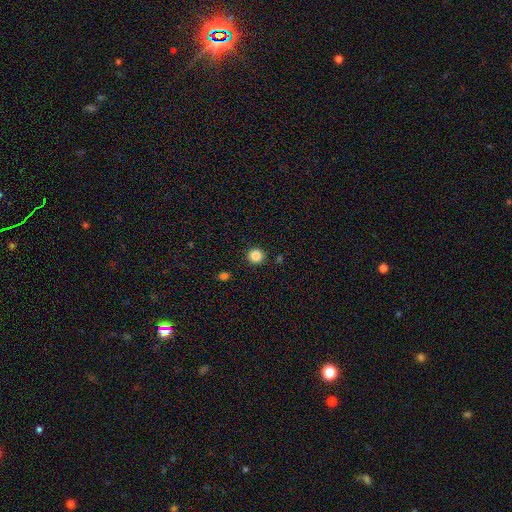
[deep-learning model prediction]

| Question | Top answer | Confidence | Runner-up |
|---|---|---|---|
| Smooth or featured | smooth | 86% | star or artifact (11%) |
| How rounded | round | 94% | in between (6%) |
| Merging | none | 91% | minor disturbance (5%) |